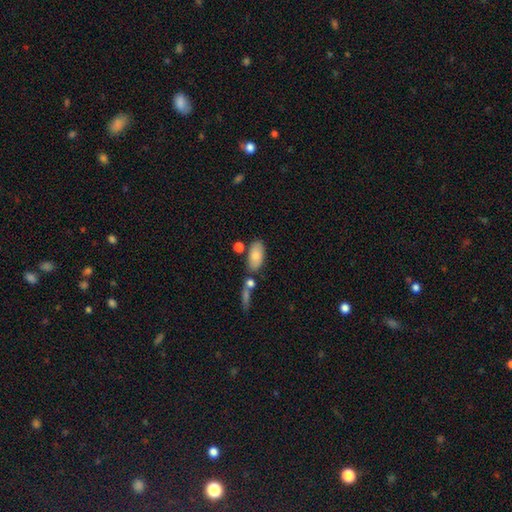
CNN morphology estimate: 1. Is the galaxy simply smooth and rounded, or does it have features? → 81% smooth, 12% featured or disk, 7% star or artifact.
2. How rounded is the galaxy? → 91% in between, 6% cigar-shaped, 3% round.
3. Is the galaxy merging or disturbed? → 68% none, 14% minor disturbance, 13% merger, 5% major disturbance.